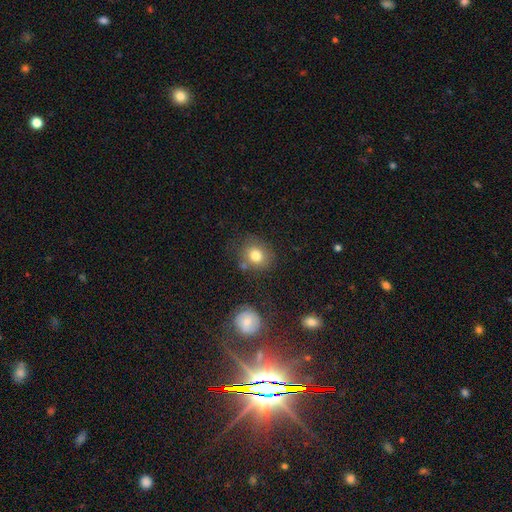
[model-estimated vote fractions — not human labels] A smooth galaxy with no disk features (80%) that is round (74%). Merging: none (71%).